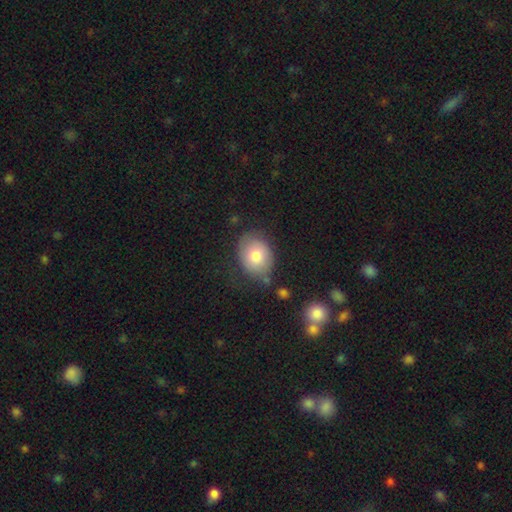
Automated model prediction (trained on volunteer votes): Q: Smooth or featured?
A: smooth (75%); runner-up: featured or disk (17%)
Q: How rounded?
A: in between (53%); runner-up: round (47%)
Q: Merging?
A: none (66%); runner-up: minor disturbance (22%)